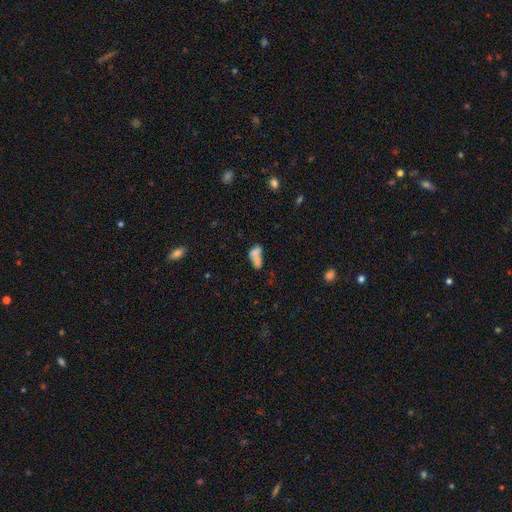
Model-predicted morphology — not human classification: Smooth or featured: smooth — 68% (featured or disk — 20%)
How rounded: in between — 80% (round — 12%)
Merging: merger — 63% (none — 19%)